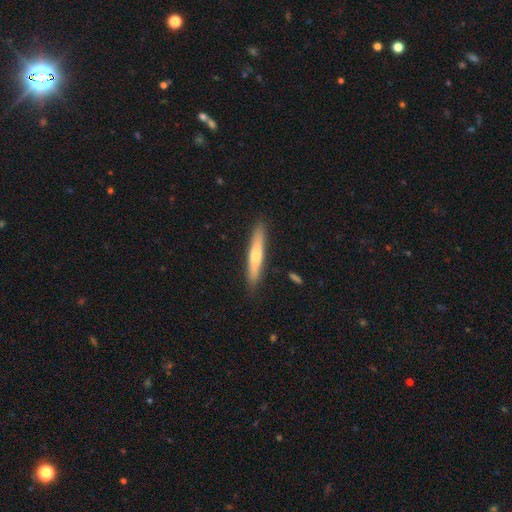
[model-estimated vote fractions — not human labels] A smooth galaxy with no disk features (61%) that is cigar-shaped (92%).

Vote fractions:
- Smooth or featured? smooth: 61% / featured or disk: 34% / star or artifact: 5%
- How rounded? cigar-shaped: 92% / in between: 7% / round: 1%
- Merging? none: 87% / minor disturbance: 10% / major disturbance: 2% / merger: 1%